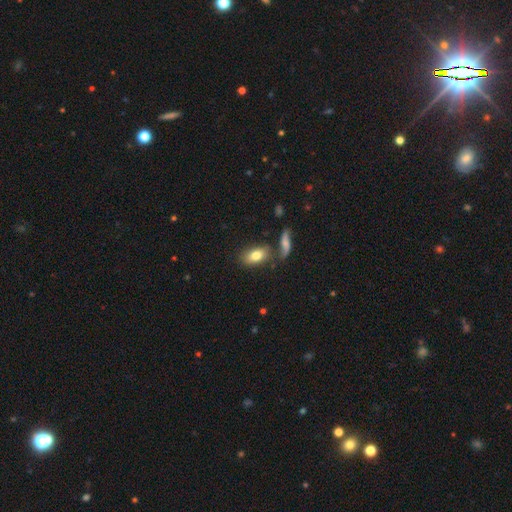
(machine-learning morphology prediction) smooth_or_featured: smooth (p=0.78) [alt: featured or disk p=0.14]
how_rounded: in between (p=0.88) [alt: round p=0.07]
merging: none (p=0.67) [alt: minor disturbance p=0.15]